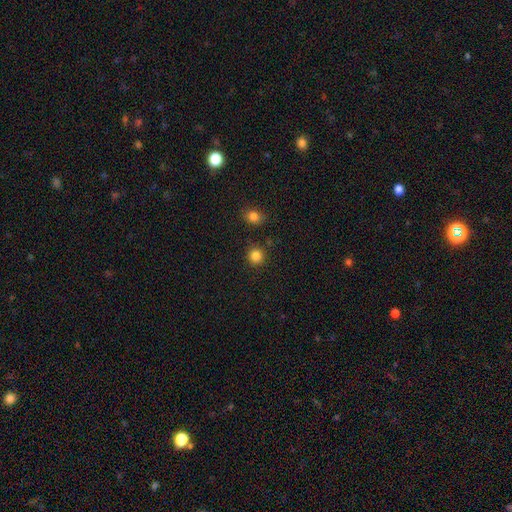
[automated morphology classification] Smooth or featured?
  - smooth: 84% *
  - star or artifact: 12%
  - featured or disk: 4%
How rounded?
  - round: 91% *
  - in between: 8%
  - cigar-shaped: 1%
Merging?
  - none: 86% *
  - minor disturbance: 7%
  - merger: 4%
  - major disturbance: 2%